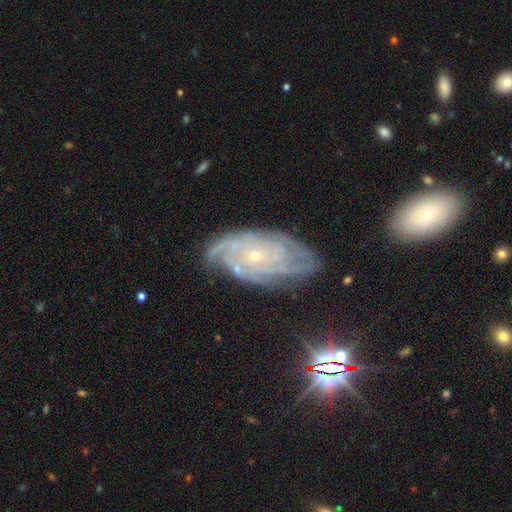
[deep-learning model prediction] Smooth or featured: featured or disk — 83% (smooth — 9%)
Edge-on disk: no — 94% (yes — 6%)
Bar: no — 79% (weak — 17%)
Spiral arms: yes — 95% (no — 5%)
Spiral winding: tight — 70% (medium — 24%)
Spiral arm count: can't tell — 36% (4 — 21%)
Bulge size: small — 81% (moderate — 15%)
Merging: none — 71% (minor disturbance — 20%)